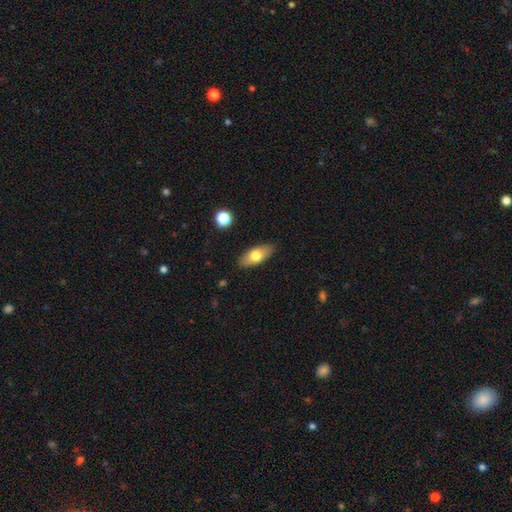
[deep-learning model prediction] A smooth galaxy with no disk features (71%) that is in between round and cigar-shaped (84%). Merging: none (87%).